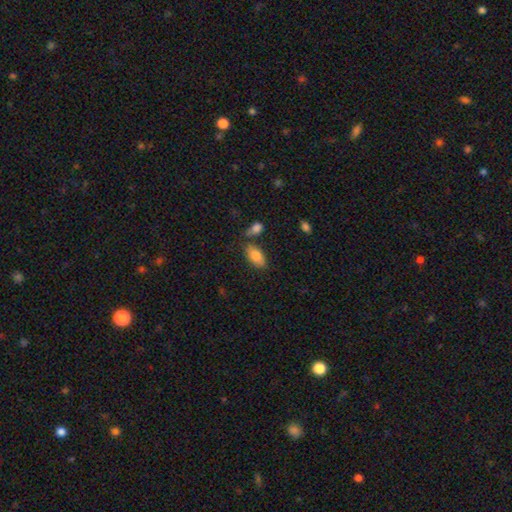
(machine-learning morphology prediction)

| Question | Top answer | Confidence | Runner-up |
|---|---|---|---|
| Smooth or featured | smooth | 83% | featured or disk (10%) |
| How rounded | in between | 92% | cigar-shaped (5%) |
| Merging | none | 66% | minor disturbance (15%) |